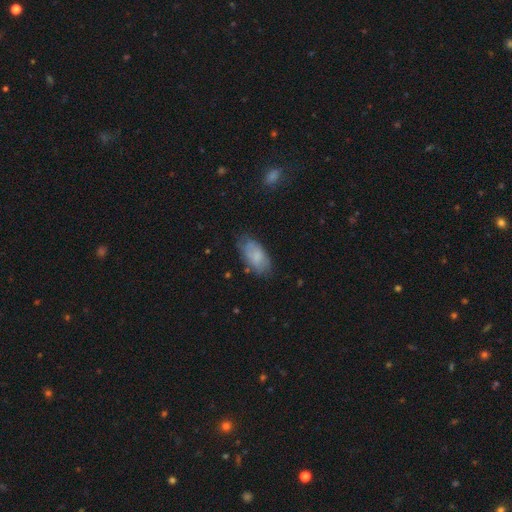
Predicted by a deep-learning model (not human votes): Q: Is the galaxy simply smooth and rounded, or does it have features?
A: smooth — 74%.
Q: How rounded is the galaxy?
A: in between — 93%.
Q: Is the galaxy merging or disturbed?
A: none — 68%.